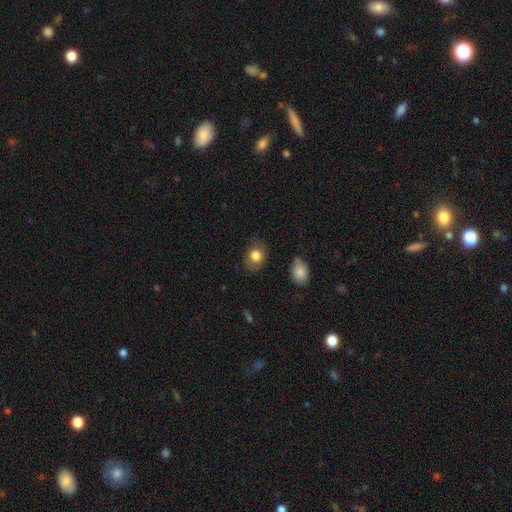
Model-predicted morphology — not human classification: Smooth or featured: smooth — 81% (featured or disk — 11%)
How rounded: round — 51% (in between — 48%)
Merging: none — 75% (minor disturbance — 18%)